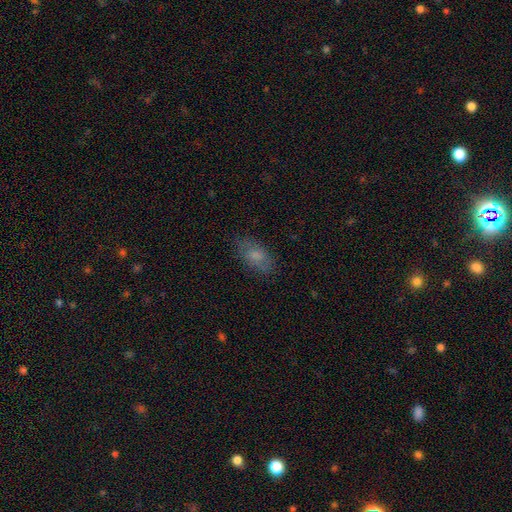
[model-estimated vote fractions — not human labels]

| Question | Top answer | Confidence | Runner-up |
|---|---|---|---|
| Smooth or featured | smooth | 72% | featured or disk (19%) |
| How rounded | in between | 90% | cigar-shaped (6%) |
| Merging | none | 78% | minor disturbance (15%) |